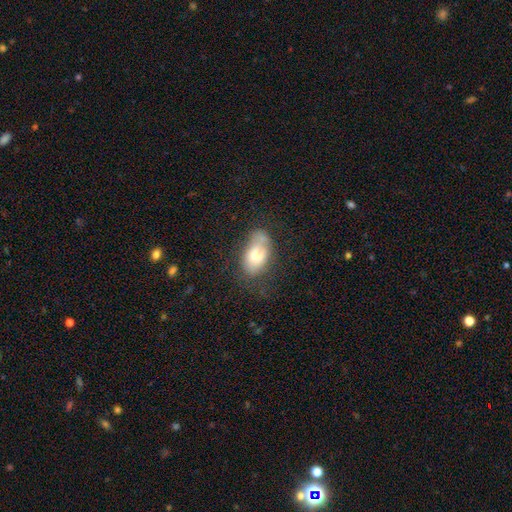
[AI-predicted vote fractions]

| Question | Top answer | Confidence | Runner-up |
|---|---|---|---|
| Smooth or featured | smooth | 68% | featured or disk (24%) |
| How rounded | in between | 91% | round (7%) |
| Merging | none | 45% | minor disturbance (30%) |